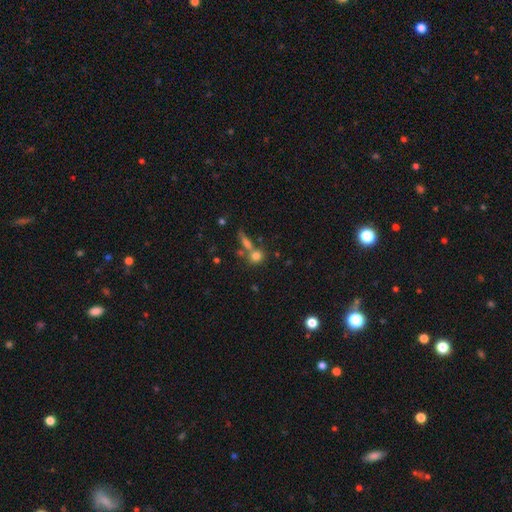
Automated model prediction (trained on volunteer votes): Morphology: type=smooth (75%); roundness=round (71%); merging=none (54%).